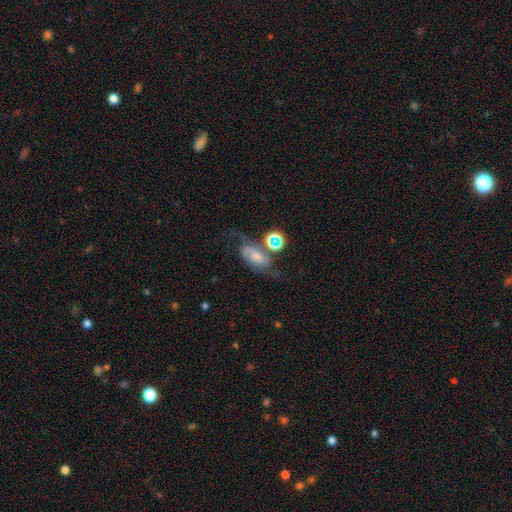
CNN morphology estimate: Smooth or featured?
  - featured or disk: 54% *
  - smooth: 32%
  - star or artifact: 14%
Edge-on disk?
  - no: 92% *
  - yes: 8%
Bar?
  - no: 55% *
  - weak: 33%
  - strong: 11%
Spiral arms?
  - yes: 84% *
  - no: 16%
Bulge size?
  - moderate: 38% *
  - small: 35%
  - none: 14%
  - large: 10%
  - dominant: 3%
Merging?
  - none: 41% *
  - minor disturbance: 23%
  - major disturbance: 22%
  - merger: 14%